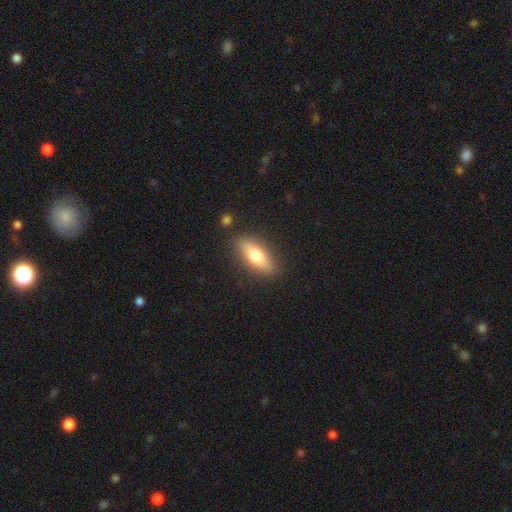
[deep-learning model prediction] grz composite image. It shows a smooth galaxy with no disk features (61%) that is in between round and cigar-shaped (61%). Merging: none (86%).